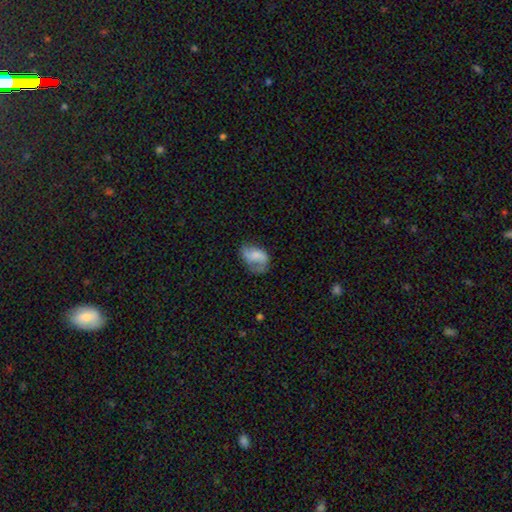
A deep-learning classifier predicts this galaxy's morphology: Overall: smooth (59%; featured or disk 33%). How rounded: in between (86%). Merging: none (39%; minor disturbance 33%).